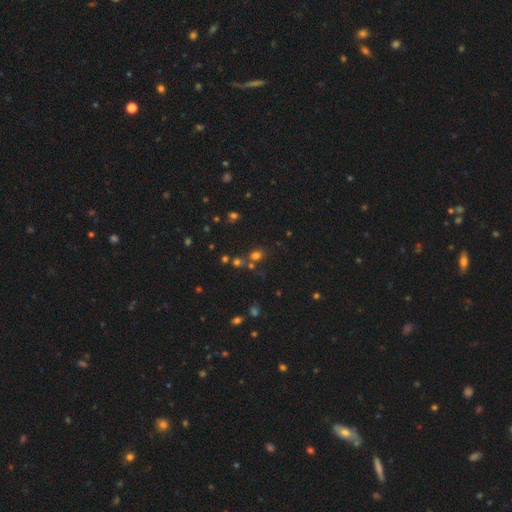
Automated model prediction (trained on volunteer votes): Smooth or featured?
  - smooth: 60% *
  - star or artifact: 32%
  - featured or disk: 8%
How rounded?
  - round: 73% *
  - in between: 25%
  - cigar-shaped: 1%
Merging?
  - none: 64% *
  - merger: 22%
  - minor disturbance: 9%
  - major disturbance: 4%